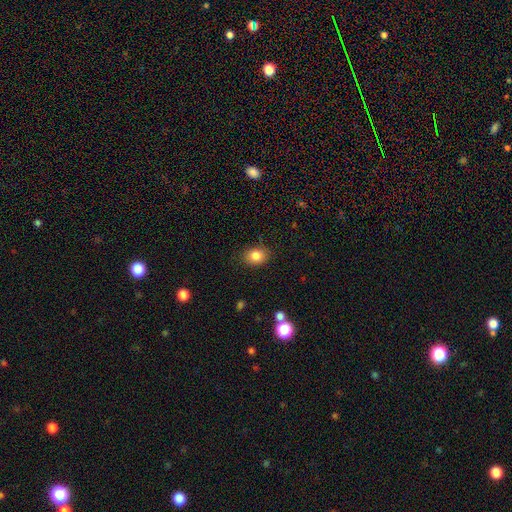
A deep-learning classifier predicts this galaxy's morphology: Smooth or featured? smooth (84%)
How rounded? in between (55%)
Merging? none (82%)